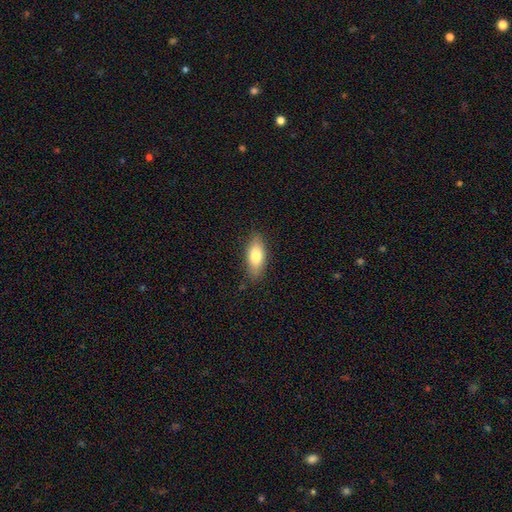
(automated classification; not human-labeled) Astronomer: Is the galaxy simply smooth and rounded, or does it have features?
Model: smooth — 77%.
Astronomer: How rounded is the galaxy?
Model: in between — 78%.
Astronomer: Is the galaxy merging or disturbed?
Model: none — 84%.